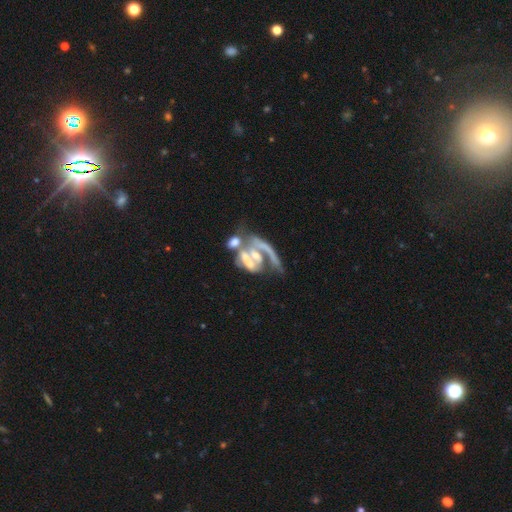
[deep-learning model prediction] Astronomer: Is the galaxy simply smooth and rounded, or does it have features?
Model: featured or disk — 74%.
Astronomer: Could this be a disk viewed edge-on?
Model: no — 95%.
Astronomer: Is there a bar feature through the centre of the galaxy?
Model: no — 46% (runner-up: weak, 28%).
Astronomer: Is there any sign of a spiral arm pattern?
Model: yes — 59% (runner-up: no, 41%).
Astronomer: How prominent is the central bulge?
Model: moderate — 35% (runner-up: small, 29%).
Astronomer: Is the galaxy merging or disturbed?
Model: merger — 57%.